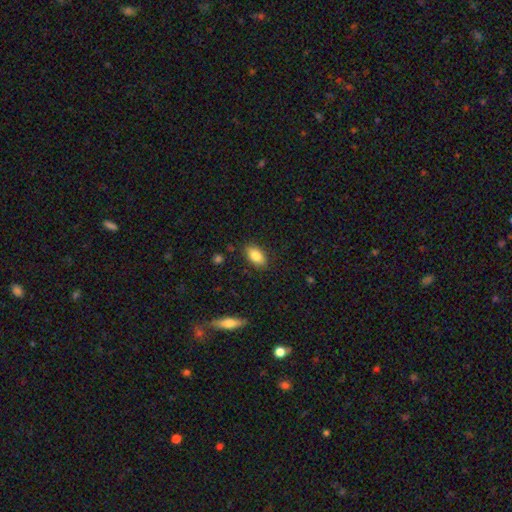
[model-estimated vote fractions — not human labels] This is clearly a smooth galaxy (84%). How rounded: clearly in between (90%). Merging: clearly none (86%).